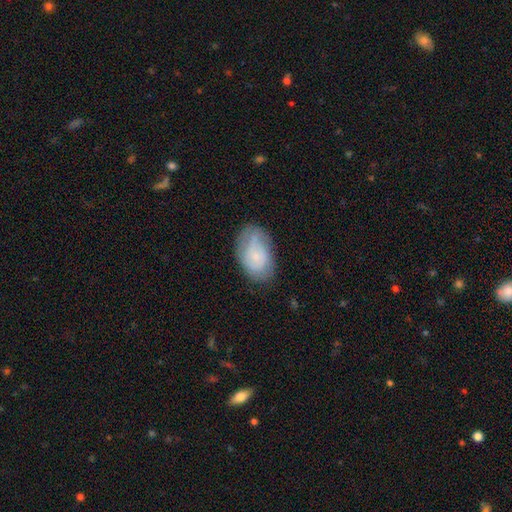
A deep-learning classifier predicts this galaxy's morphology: Smooth or featured? featured or disk (49%)
Merging? none (70%)